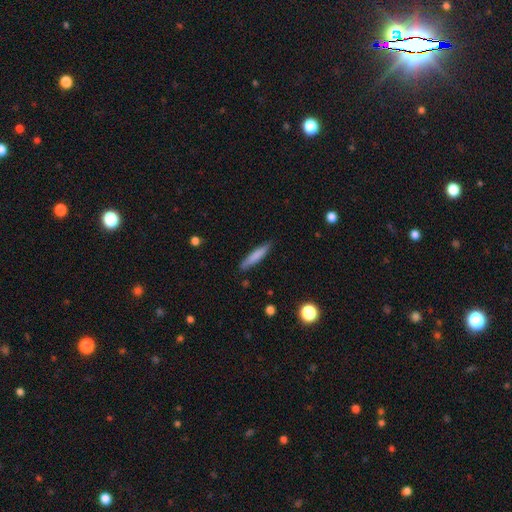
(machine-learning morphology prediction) Smooth or featured? smooth (79%)
How rounded? cigar-shaped (87%)
Merging? none (86%)